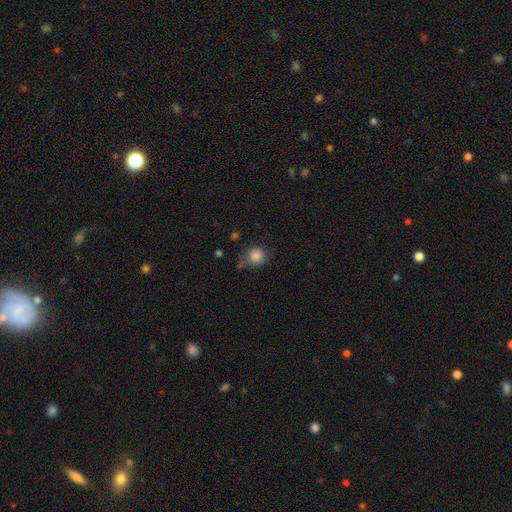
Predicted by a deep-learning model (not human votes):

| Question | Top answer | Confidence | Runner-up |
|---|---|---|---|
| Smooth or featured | smooth | 86% | star or artifact (10%) |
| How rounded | round | 89% | in between (10%) |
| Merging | none | 69% | minor disturbance (19%) |